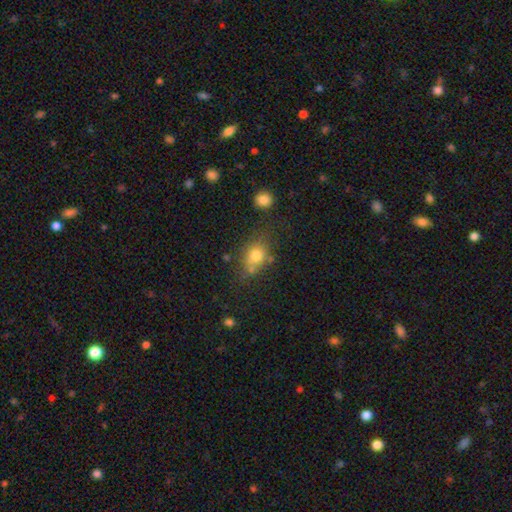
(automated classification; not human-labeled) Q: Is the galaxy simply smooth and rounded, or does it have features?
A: smooth — 75%.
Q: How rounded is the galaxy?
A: in between — 53%.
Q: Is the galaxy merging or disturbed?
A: none — 57%.